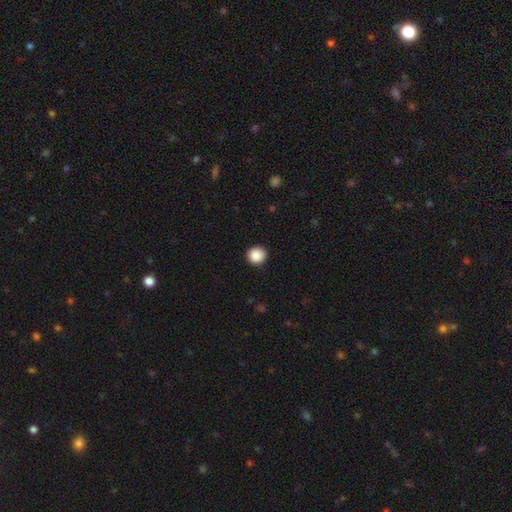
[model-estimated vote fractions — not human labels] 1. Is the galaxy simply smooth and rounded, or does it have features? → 89% smooth, 9% star or artifact, 3% featured or disk.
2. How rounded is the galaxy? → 93% round, 6% in between, 1% cigar-shaped.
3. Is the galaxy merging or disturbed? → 91% none, 6% minor disturbance, 2% major disturbance, 1% merger.